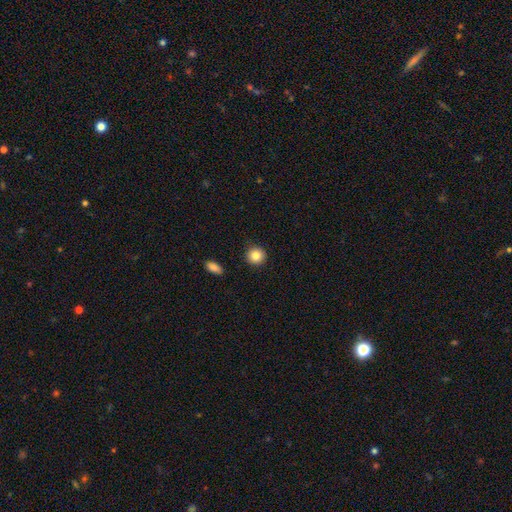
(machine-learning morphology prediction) Smooth or featured: smooth — 85% (star or artifact — 9%)
How rounded: round — 92% (in between — 7%)
Merging: none — 91% (minor disturbance — 6%)